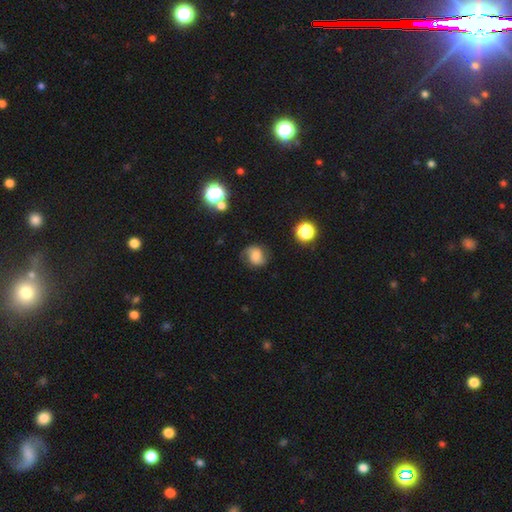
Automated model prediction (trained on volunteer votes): smooth-or-featured: smooth: 44% | featured or disk: 43% | star or artifact: 13%
  merging: none: 69% | minor disturbance: 21% | major disturbance: 8% | merger: 2%